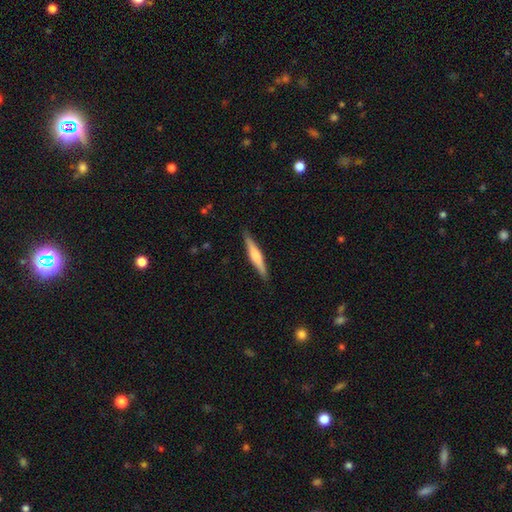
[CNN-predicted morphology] smooth_or_featured: featured or disk (p=0.50) [alt: smooth p=0.45]
disk_edge_on: yes (p=0.97) [alt: no p=0.03]
merging: none (p=0.89) [alt: minor disturbance p=0.08]